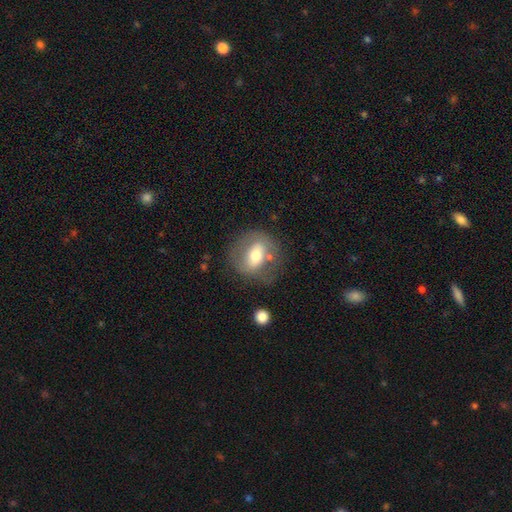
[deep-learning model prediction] This appears to be a featured or disk galaxy (48%). Merging: none (65%).